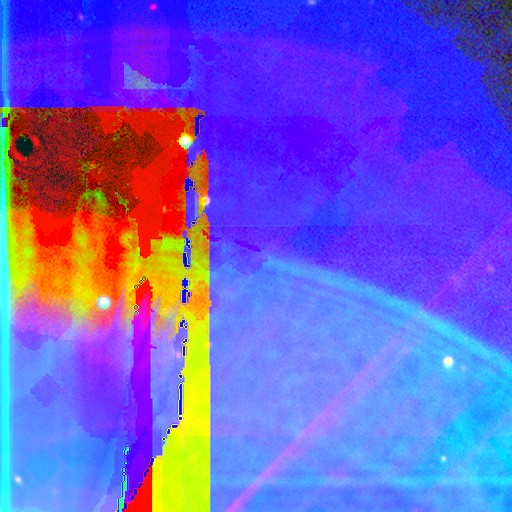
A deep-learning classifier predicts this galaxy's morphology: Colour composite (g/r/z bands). It shows a star or artifact, not a galaxy (88%).